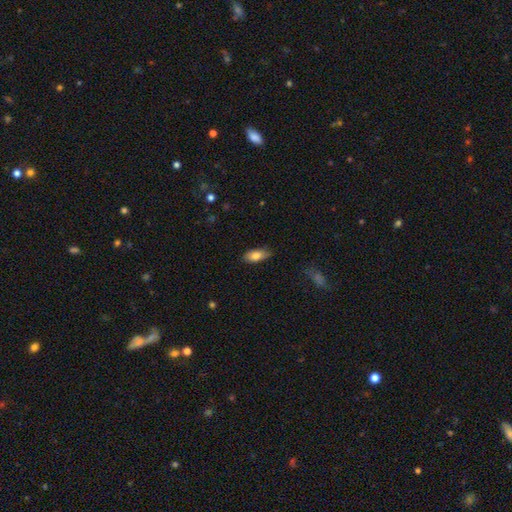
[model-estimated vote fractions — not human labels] This appears to be a smooth galaxy with no disk features (79%) that is in between round and cigar-shaped (86%). Merging: none (79%).